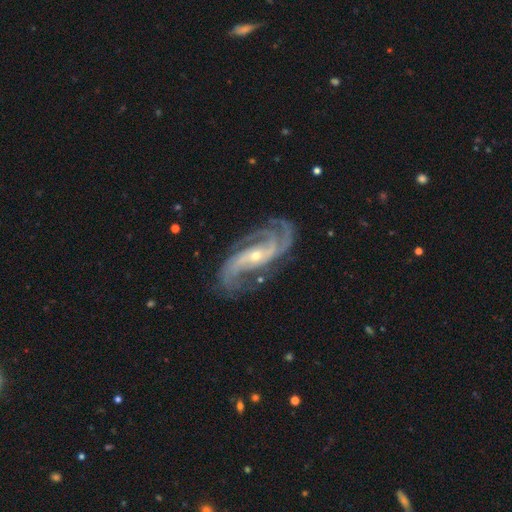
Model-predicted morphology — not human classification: The model was most divided on "spiral arm count": 2: 39%, 3: 28%, 4: 12%, can't tell: 9%, more than 4: 6%, 1: 5%. Remaining: spiral arms — yes (98%); edge-on disk — no (96%); smooth or featured — featured or disk (91%); merging — none (72%); bulge size — small (69%); spiral winding — medium (50%); bar — no (45%).